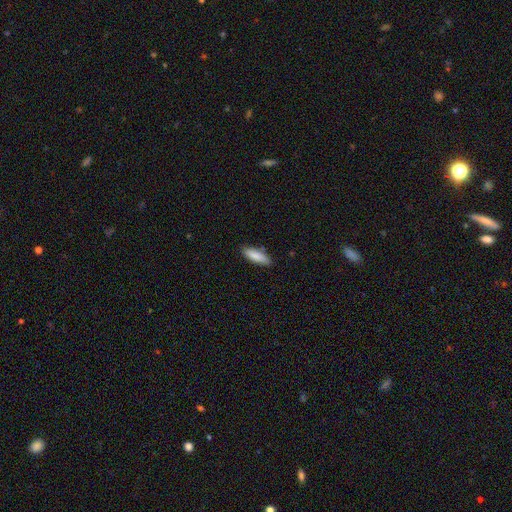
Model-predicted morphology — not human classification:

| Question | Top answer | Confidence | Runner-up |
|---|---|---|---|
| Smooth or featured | smooth | 87% | featured or disk (8%) |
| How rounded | in between | 51% | cigar-shaped (48%) |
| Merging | none | 83% | minor disturbance (13%) |